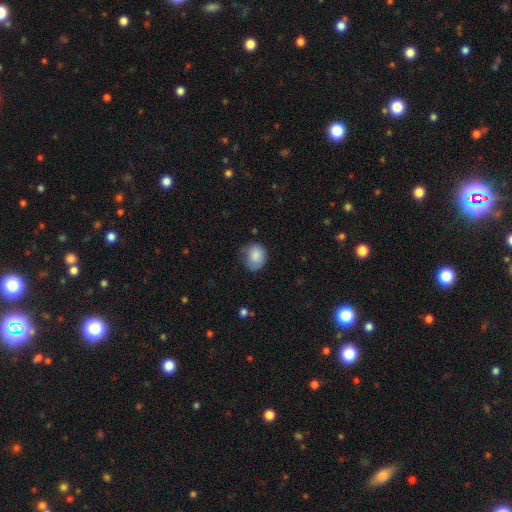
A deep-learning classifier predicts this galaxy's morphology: This appears to be a smooth galaxy with no disk features (84%) that is round (54%). Merging: none (57%).